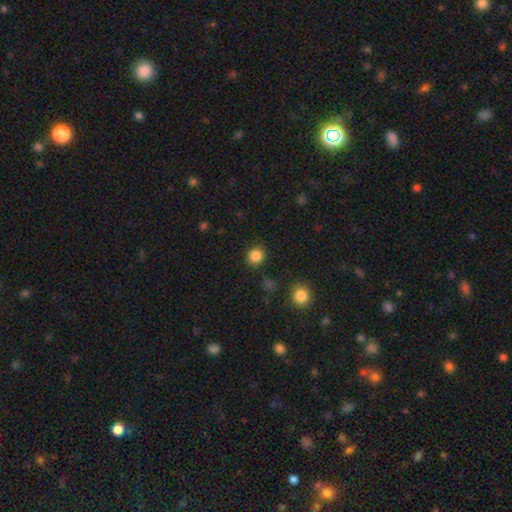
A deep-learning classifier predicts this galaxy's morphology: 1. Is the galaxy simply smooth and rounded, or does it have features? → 86% smooth, 11% star or artifact, 3% featured or disk.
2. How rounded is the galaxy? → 86% round, 13% in between, 1% cigar-shaped.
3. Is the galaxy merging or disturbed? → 88% none, 7% minor disturbance, 3% major disturbance, 2% merger.